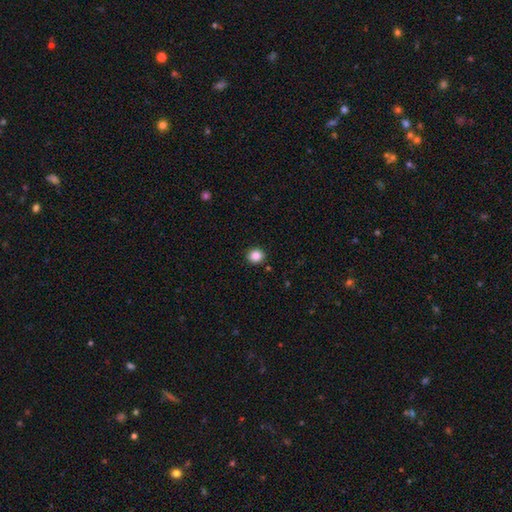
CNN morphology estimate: smooth 86%, star or artifact 11%, featured or disk 4%. Down the decision tree: how rounded — round (88%); merging — none (91%).